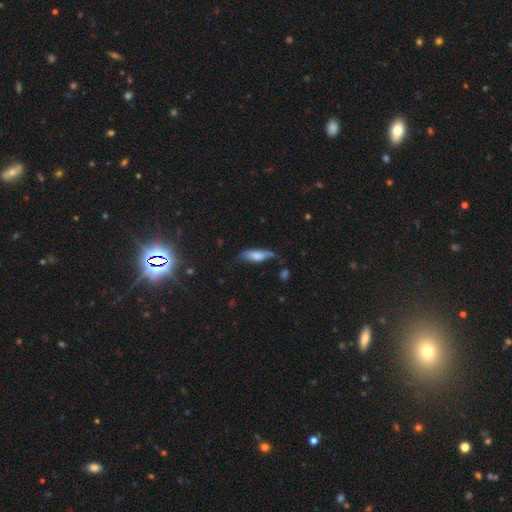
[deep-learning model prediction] smooth_or_featured: smooth (p=0.68) [alt: featured or disk p=0.25]
how_rounded: in between (p=0.57) [alt: cigar-shaped p=0.40]
merging: none (p=0.41) [alt: minor disturbance p=0.36]